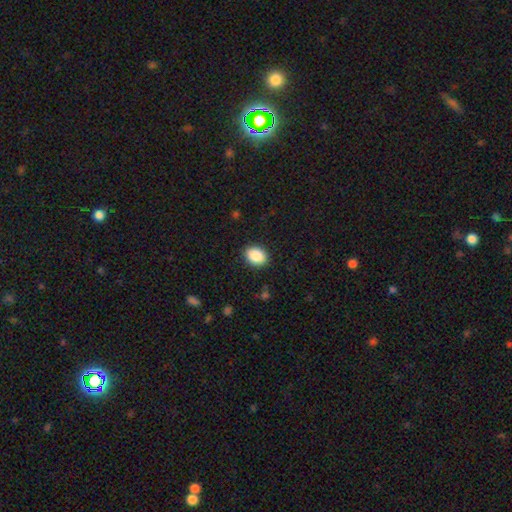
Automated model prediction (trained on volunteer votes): Smooth or featured? Predicted: smooth (p=0.88). How rounded? Predicted: in between (p=0.67). Merging? Predicted: none (p=0.90).